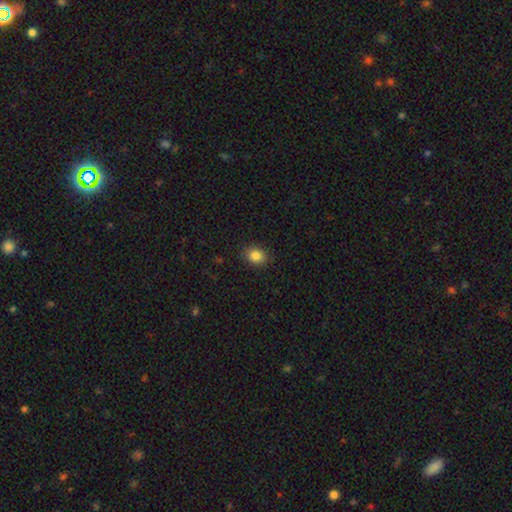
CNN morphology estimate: A smooth galaxy with no disk features (85%) that is round (51%).

Vote fractions:
- Smooth or featured? smooth: 85% / star or artifact: 10% / featured or disk: 4%
- How rounded? round: 51% / in between: 48% / cigar-shaped: 1%
- Merging? none: 89% / minor disturbance: 8% / major disturbance: 2% / merger: 1%